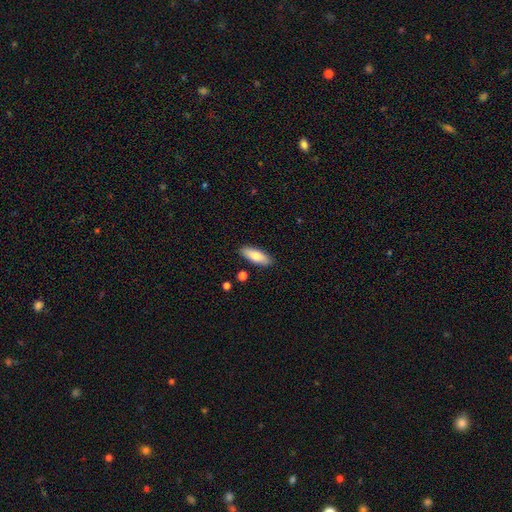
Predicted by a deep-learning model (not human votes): smooth 78%, featured or disk 16%, star or artifact 6%. Down the decision tree: how rounded — in between (68%); merging — none (87%).